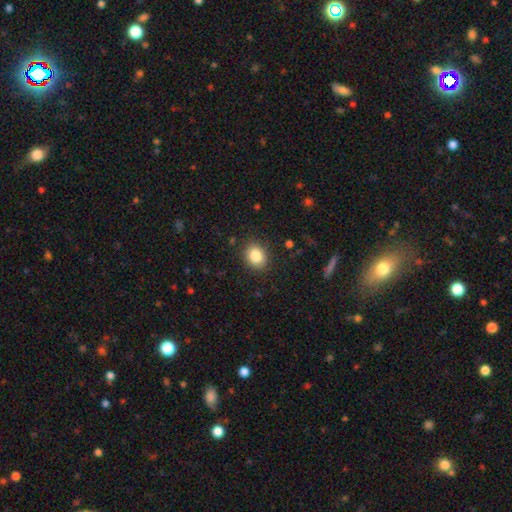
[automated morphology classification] smooth_or_featured: smooth (p=0.84) [alt: star or artifact p=0.09]
how_rounded: in between (p=0.51) [alt: round p=0.48]
merging: none (p=0.87) [alt: minor disturbance p=0.09]